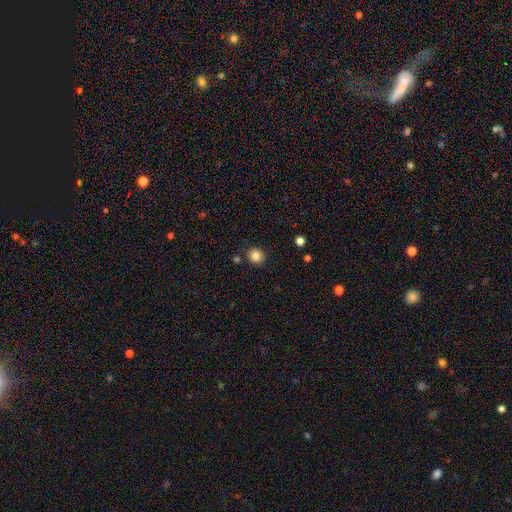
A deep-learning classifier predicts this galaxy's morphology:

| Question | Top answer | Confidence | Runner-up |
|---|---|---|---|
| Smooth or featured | smooth | 85% | star or artifact (11%) |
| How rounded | round | 82% | in between (17%) |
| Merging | none | 86% | minor disturbance (8%) |